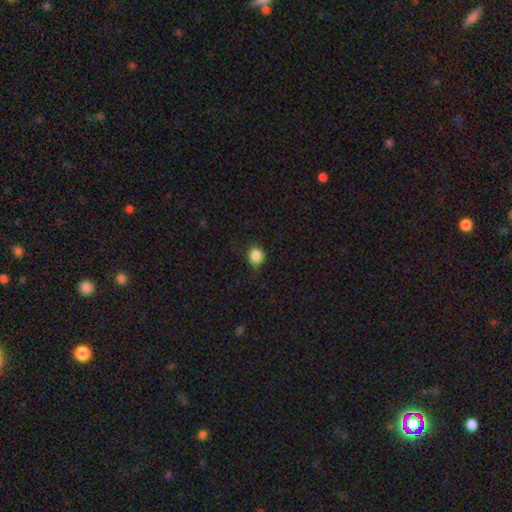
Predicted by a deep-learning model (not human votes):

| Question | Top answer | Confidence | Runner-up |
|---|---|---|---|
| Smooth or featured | smooth | 86% | star or artifact (10%) |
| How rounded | round | 76% | in between (23%) |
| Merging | none | 72% | minor disturbance (22%) |